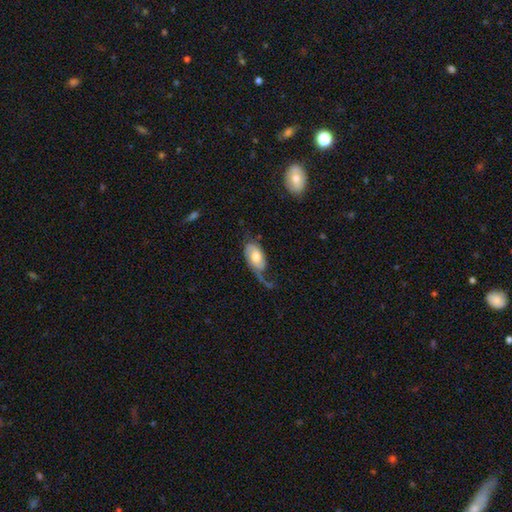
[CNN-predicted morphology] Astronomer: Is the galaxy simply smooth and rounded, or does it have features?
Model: smooth — 49% (runner-up: featured or disk, 45%).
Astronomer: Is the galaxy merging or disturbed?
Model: major disturbance — 37% (runner-up: none, 30%).